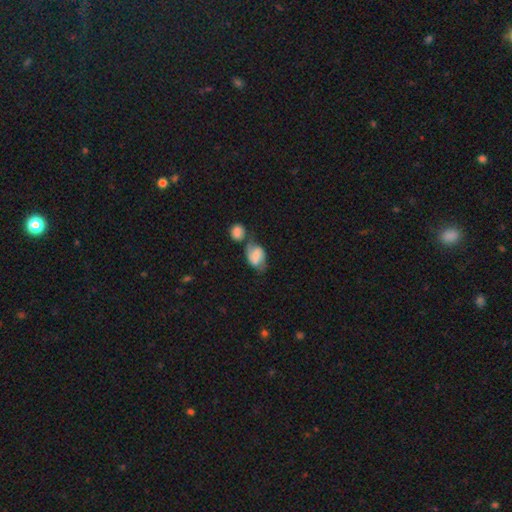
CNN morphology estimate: Smooth or featured?
  - smooth: 50% *
  - featured or disk: 42%
  - star or artifact: 8%
Merging?
  - none: 39% *
  - merger: 32%
  - minor disturbance: 19%
  - major disturbance: 10%